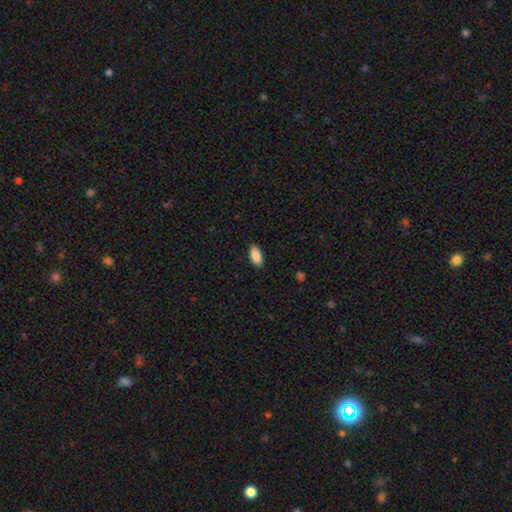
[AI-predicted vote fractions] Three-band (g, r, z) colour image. It shows a smooth galaxy with no disk features (89%) that is in between round and cigar-shaped (91%). Merging: none (89%).